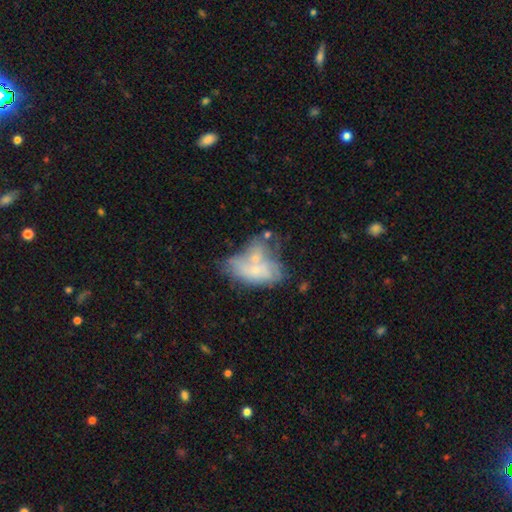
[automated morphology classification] smooth_or_featured: featured or disk (p=0.48) [alt: smooth p=0.43]
merging: merger (p=0.52) [alt: none p=0.22]